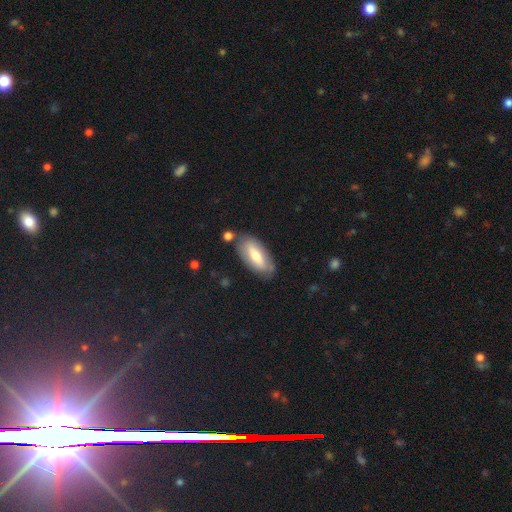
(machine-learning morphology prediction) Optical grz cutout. It shows a smooth galaxy with no disk features (53%) that is in between round and cigar-shaped (81%). Merging: none (75%).